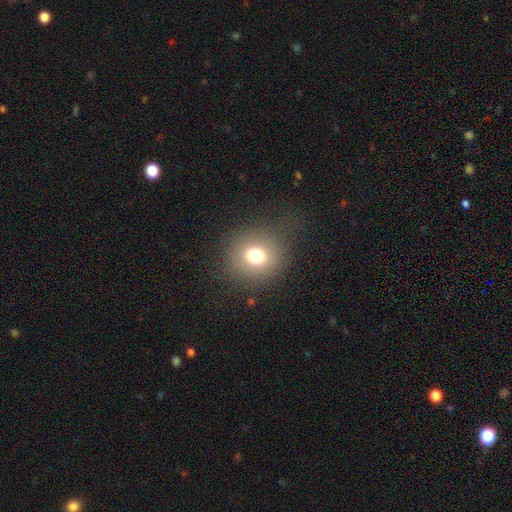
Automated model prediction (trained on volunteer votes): Smooth or featured? smooth (73%)
How rounded? round (87%)
Merging? none (78%)